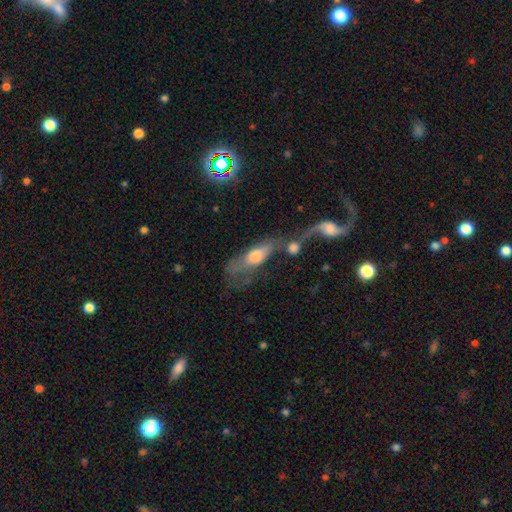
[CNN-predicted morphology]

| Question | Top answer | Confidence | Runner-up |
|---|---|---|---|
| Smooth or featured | featured or disk | 46% | smooth (44%) |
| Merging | merger | 47% | major disturbance (23%) |